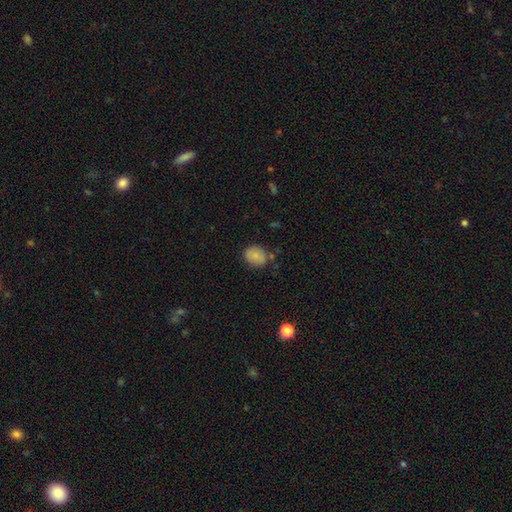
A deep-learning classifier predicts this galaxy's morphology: smooth-or-featured: smooth: 82% | featured or disk: 9% | star or artifact: 9%
  how-rounded: round: 61% | in between: 39% | cigar-shaped: 1%
  merging: none: 74% | minor disturbance: 18% | merger: 4% | major disturbance: 4%